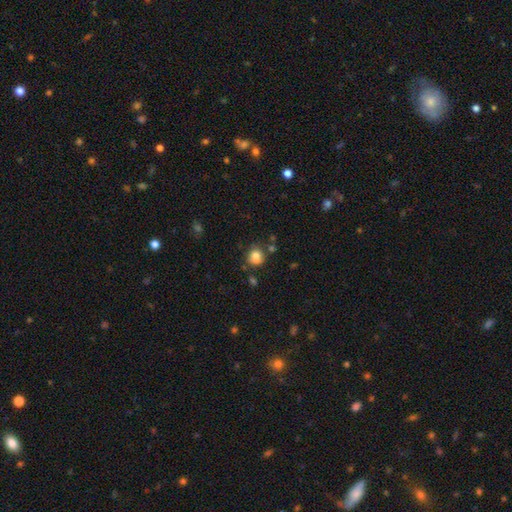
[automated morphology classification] smooth-or-featured: smooth: 80% | star or artifact: 11% | featured or disk: 9%
  how-rounded: round: 82% | in between: 17% | cigar-shaped: 1%
  merging: none: 71% | minor disturbance: 17% | merger: 8% | major disturbance: 4%